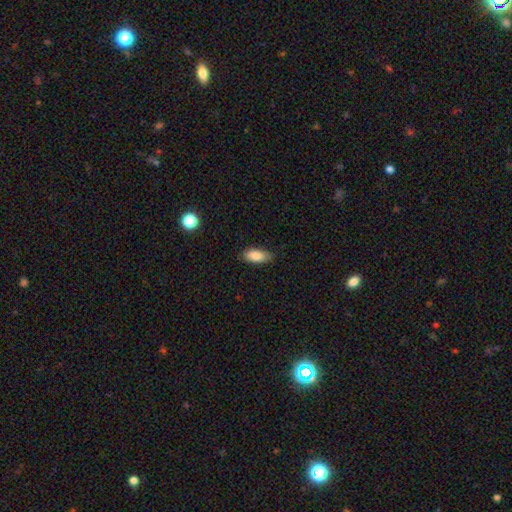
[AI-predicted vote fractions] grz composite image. It shows a smooth galaxy with no disk features (85%) that is in between round and cigar-shaped (86%). Merging: none (81%).